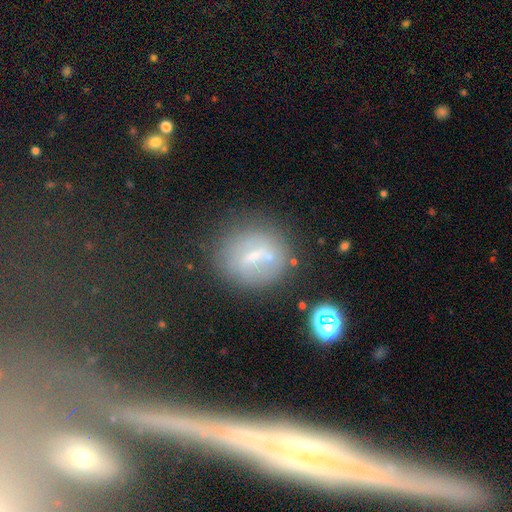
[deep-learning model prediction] Smooth or featured? Predicted: featured or disk (p=0.45). Merging? Predicted: none (p=0.66).